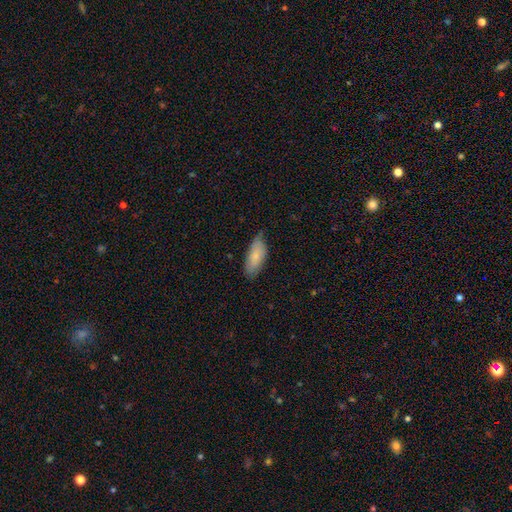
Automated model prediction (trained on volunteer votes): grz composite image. It shows a smooth galaxy with no disk features (77%) that is in between round and cigar-shaped (83%). Merging: none (69%).